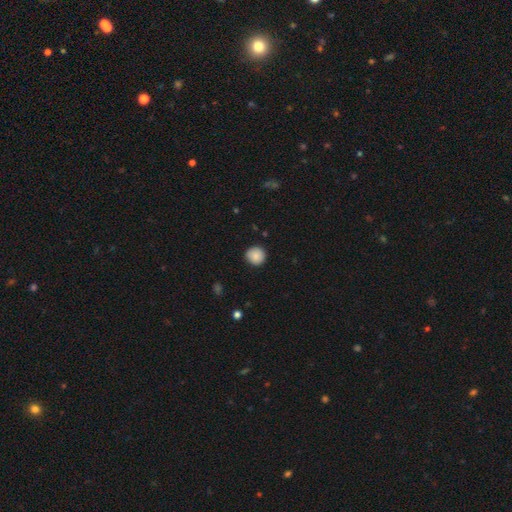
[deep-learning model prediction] Smooth or featured? Predicted: smooth (p=0.87). How rounded? Predicted: round (p=0.93). Merging? Predicted: none (p=0.89).